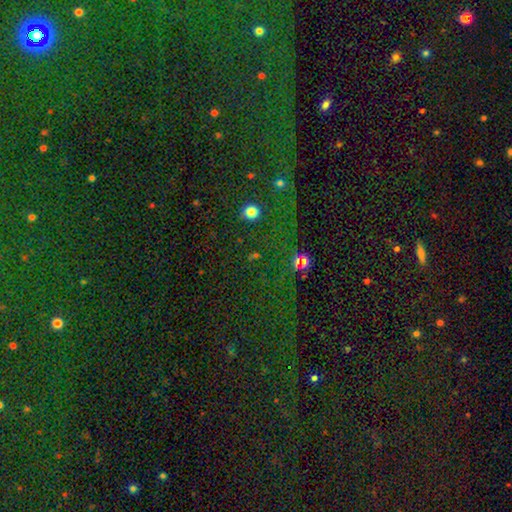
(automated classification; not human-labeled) A star or artifact, not a galaxy (60%).